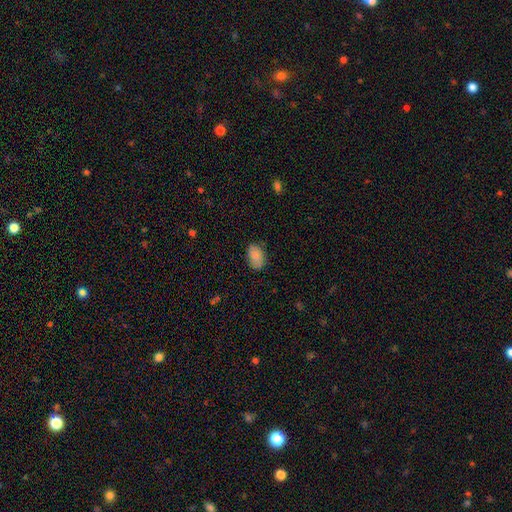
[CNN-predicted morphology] Smooth or featured?
  - smooth: 86% *
  - star or artifact: 8%
  - featured or disk: 6%
How rounded?
  - in between: 88% *
  - round: 11%
  - cigar-shaped: 1%
Merging?
  - none: 76% *
  - minor disturbance: 19%
  - major disturbance: 4%
  - merger: 1%